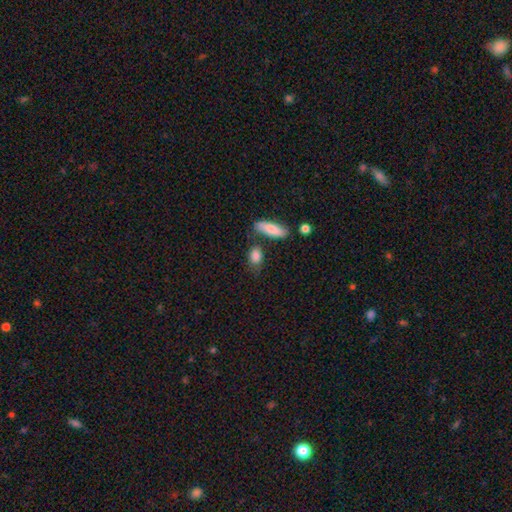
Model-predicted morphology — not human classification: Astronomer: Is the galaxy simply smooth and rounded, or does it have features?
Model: smooth — 86%.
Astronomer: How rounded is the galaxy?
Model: in between — 75%.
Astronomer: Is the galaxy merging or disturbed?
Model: none — 66%.